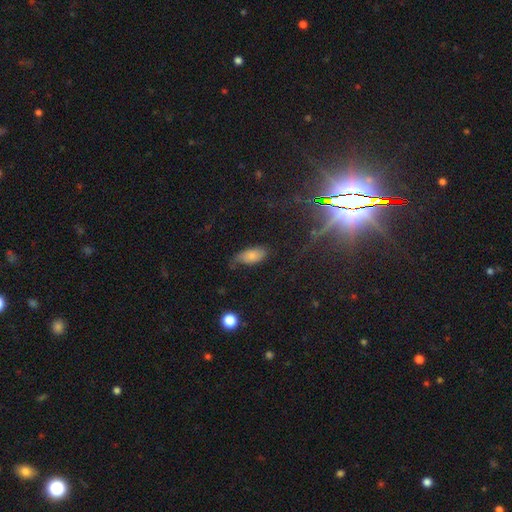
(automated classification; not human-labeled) A smooth galaxy with no disk features (42%).

Vote fractions:
- Smooth or featured? smooth: 42% / star or artifact: 37% / featured or disk: 21%
- Merging? none: 71% / minor disturbance: 20% / major disturbance: 8% / merger: 2%